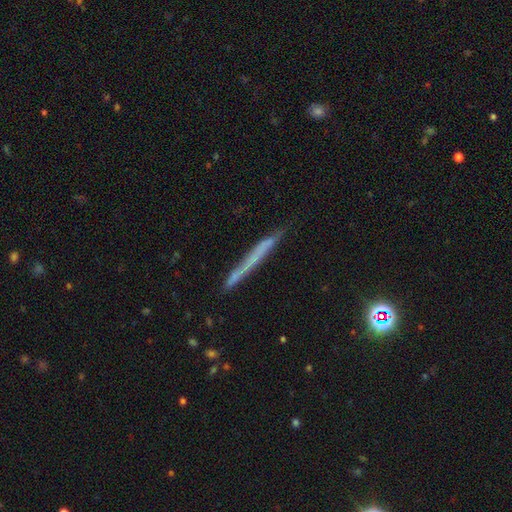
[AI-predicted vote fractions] Smooth or featured: smooth — 47% (featured or disk — 42%)
Merging: none — 82% (minor disturbance — 13%)